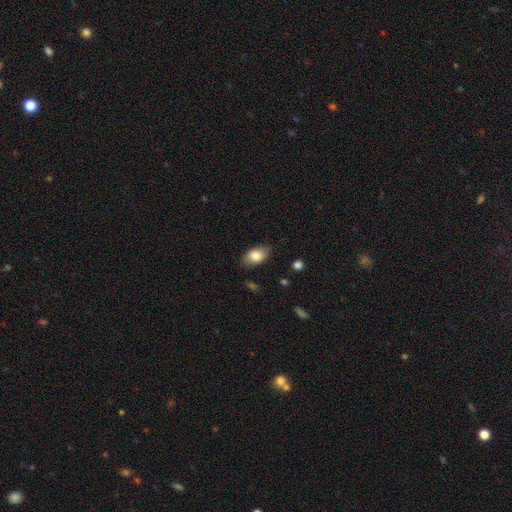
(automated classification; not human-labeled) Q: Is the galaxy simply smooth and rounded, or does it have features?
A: smooth — 83%.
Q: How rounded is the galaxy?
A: in between — 91%.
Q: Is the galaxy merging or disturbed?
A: none — 82%.